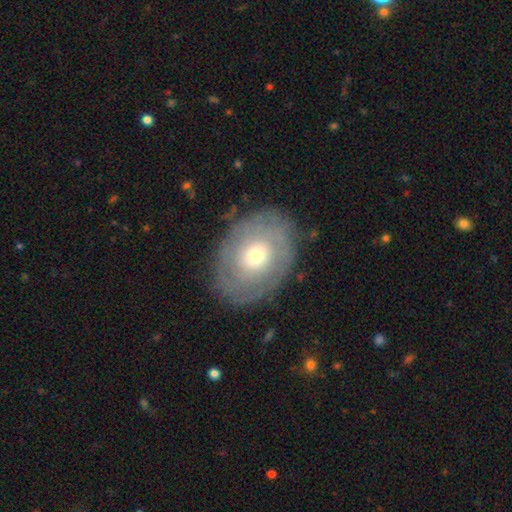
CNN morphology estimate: Smooth or featured: featured or disk — 54% (smooth — 38%)
Edge-on disk: no — 95% (yes — 5%)
Bar: no — 87% (weak — 10%)
Spiral arms: yes — 52% (no — 48%)
Bulge size: small — 55% (moderate — 36%)
Merging: none — 81% (minor disturbance — 13%)